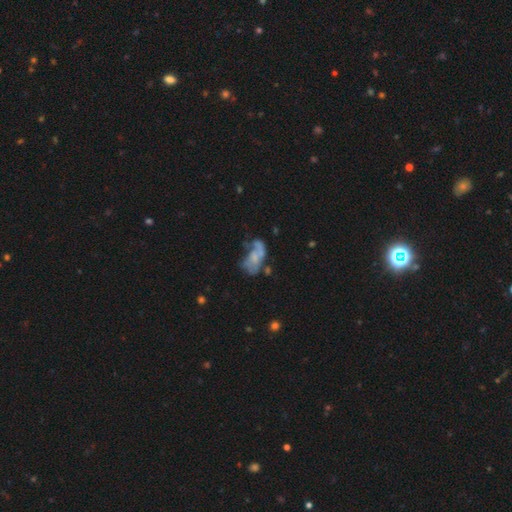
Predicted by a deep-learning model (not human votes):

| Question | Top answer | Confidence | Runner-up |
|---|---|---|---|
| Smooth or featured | featured or disk | 52% | smooth (37%) |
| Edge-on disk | no | 96% | yes (4%) |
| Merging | major disturbance | 32% | none (25%) |